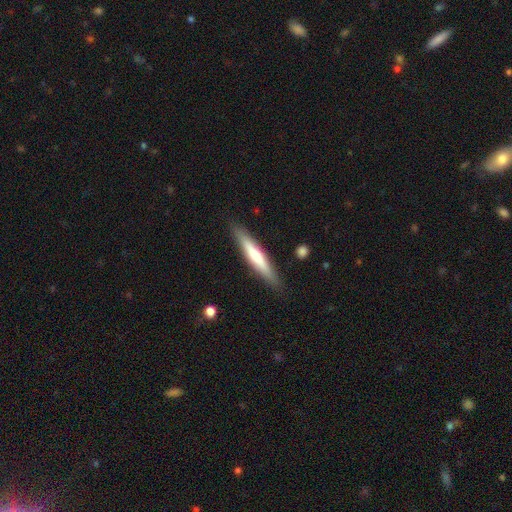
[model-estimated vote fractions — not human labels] Smooth or featured: smooth — 57% (featured or disk — 38%)
How rounded: cigar-shaped — 92% (in between — 7%)
Merging: none — 88% (minor disturbance — 9%)